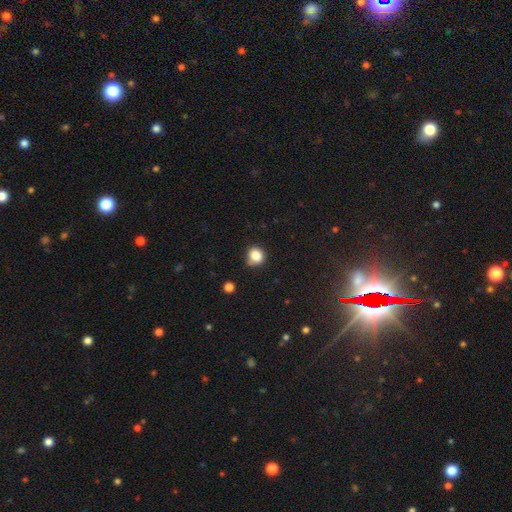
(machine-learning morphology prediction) Smooth or featured? smooth (84%)
How rounded? round (84%)
Merging? none (71%)